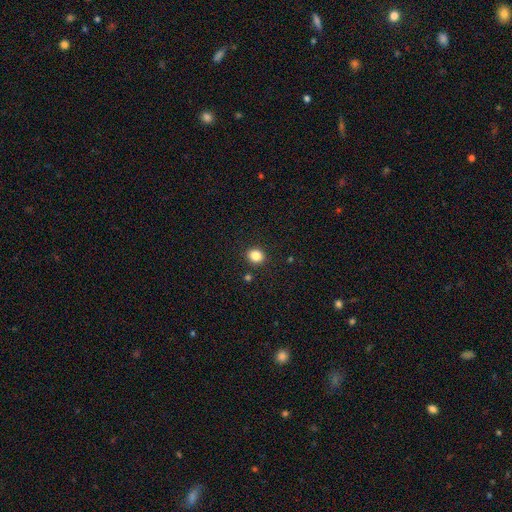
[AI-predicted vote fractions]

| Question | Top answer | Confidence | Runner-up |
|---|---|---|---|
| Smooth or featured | smooth | 84% | star or artifact (11%) |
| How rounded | round | 76% | in between (23%) |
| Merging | none | 90% | minor disturbance (6%) |